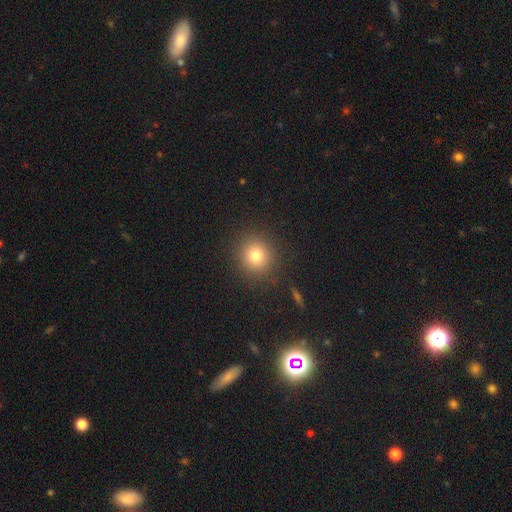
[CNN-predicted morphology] A smooth galaxy with no disk features (79%) that is round (90%). Merging: none (89%).